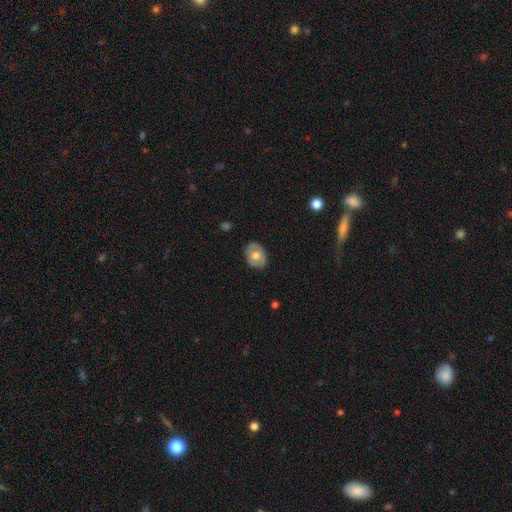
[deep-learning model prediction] Smooth or featured?
  - smooth: 56% *
  - featured or disk: 37%
  - star or artifact: 7%
How rounded?
  - in between: 60% *
  - round: 39%
  - cigar-shaped: 1%
Merging?
  - none: 82% *
  - minor disturbance: 14%
  - major disturbance: 3%
  - merger: 1%